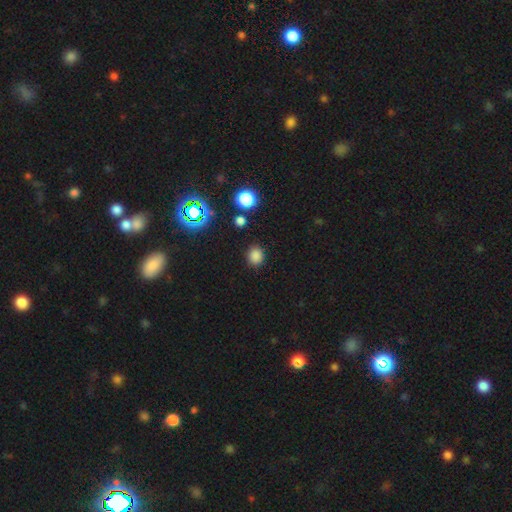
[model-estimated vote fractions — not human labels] smooth-or-featured: smooth: 80% | star or artifact: 16% | featured or disk: 4%
  how-rounded: round: 77% | in between: 22% | cigar-shaped: 1%
  merging: none: 87% | minor disturbance: 8% | major disturbance: 3% | merger: 2%